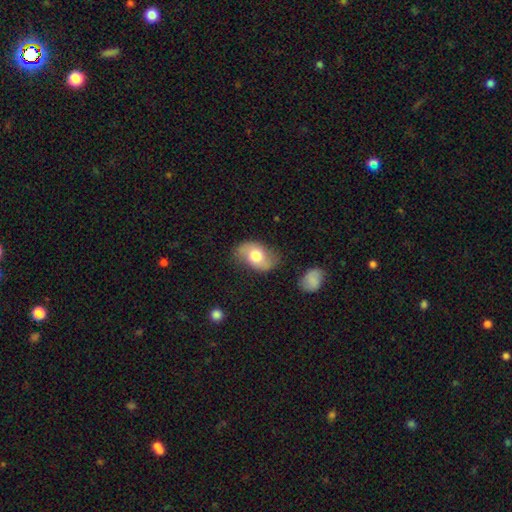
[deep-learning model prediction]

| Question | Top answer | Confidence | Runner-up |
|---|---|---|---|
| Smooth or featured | smooth | 55% | featured or disk (39%) |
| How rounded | in between | 87% | round (12%) |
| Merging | none | 70% | minor disturbance (21%) |